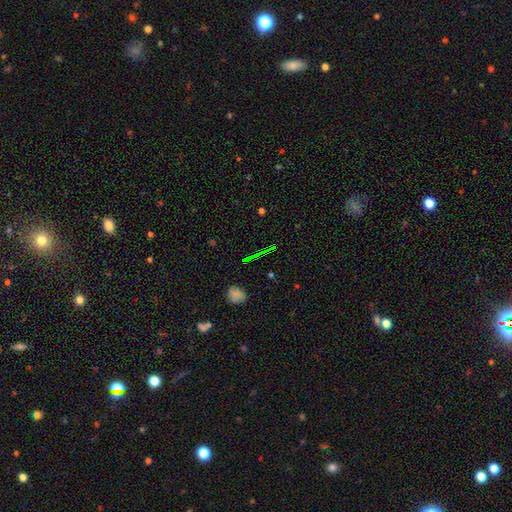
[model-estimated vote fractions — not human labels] This appears to be a star or artifact, not a galaxy (61%).